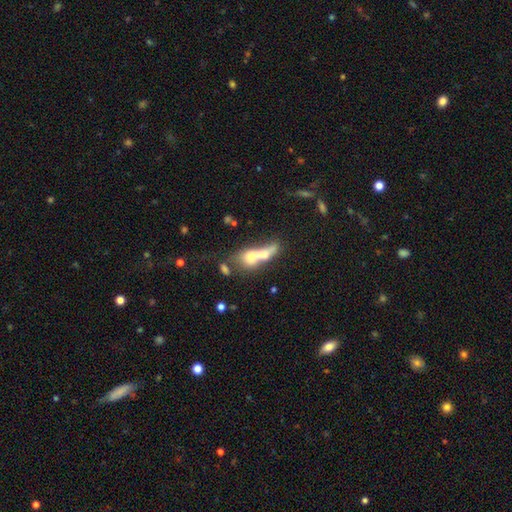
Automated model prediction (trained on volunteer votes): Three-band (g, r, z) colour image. It shows a smooth galaxy with no disk features (53%) that is in between round and cigar-shaped (47%). Merging: merger (58%).